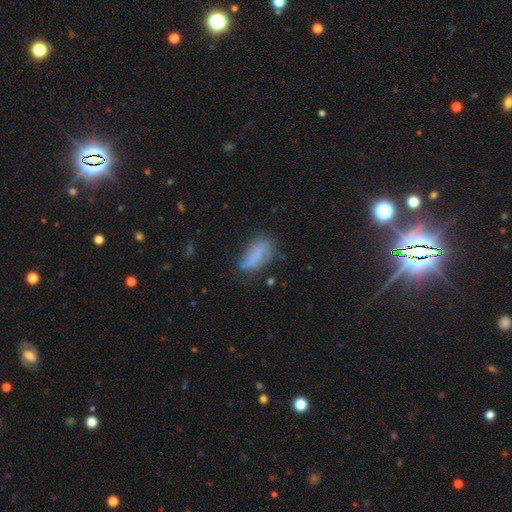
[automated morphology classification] A smooth galaxy with no disk features (66%) that is in between round and cigar-shaped (84%).

Vote fractions:
- Smooth or featured? smooth: 66% / featured or disk: 23% / star or artifact: 11%
- How rounded? in between: 84% / cigar-shaped: 12% / round: 4%
- Merging? none: 44% / minor disturbance: 32% / major disturbance: 19% / merger: 5%